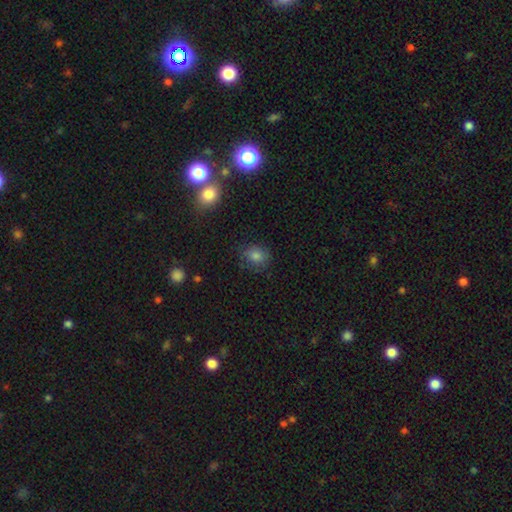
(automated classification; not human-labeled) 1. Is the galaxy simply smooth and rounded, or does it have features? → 79% smooth, 14% star or artifact, 8% featured or disk.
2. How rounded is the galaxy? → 60% round, 39% in between, 1% cigar-shaped.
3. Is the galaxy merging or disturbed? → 77% none, 16% minor disturbance, 5% major disturbance, 2% merger.